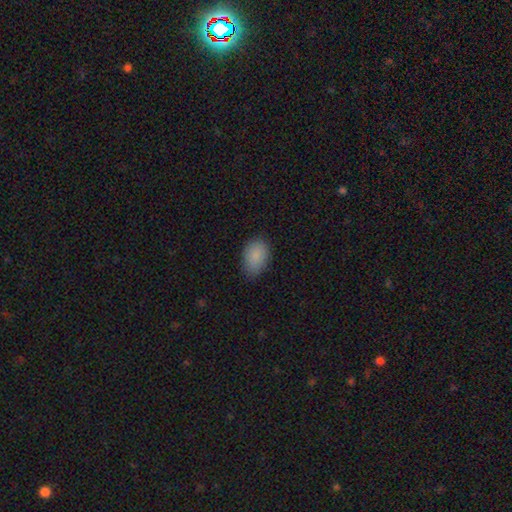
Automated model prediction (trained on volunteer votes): smooth 88%, star or artifact 7%, featured or disk 5%. Down the decision tree: how rounded — in between (84%); merging — none (75%).